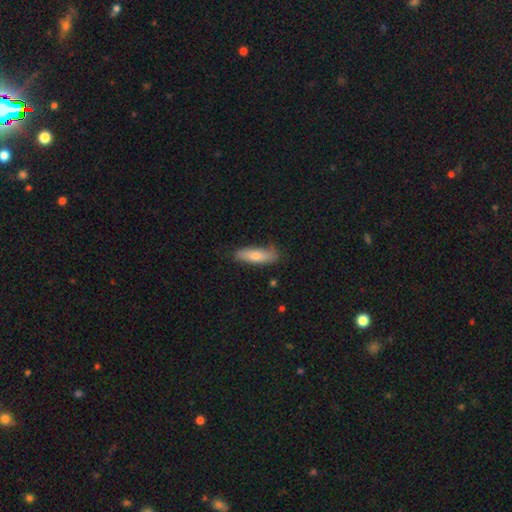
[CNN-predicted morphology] A smooth galaxy with no disk features (72%) that is cigar-shaped (56%).

Vote fractions:
- Smooth or featured? smooth: 72% / featured or disk: 22% / star or artifact: 6%
- How rounded? cigar-shaped: 56% / in between: 41% / round: 2%
- Merging? none: 78% / minor disturbance: 18% / major disturbance: 3% / merger: 2%